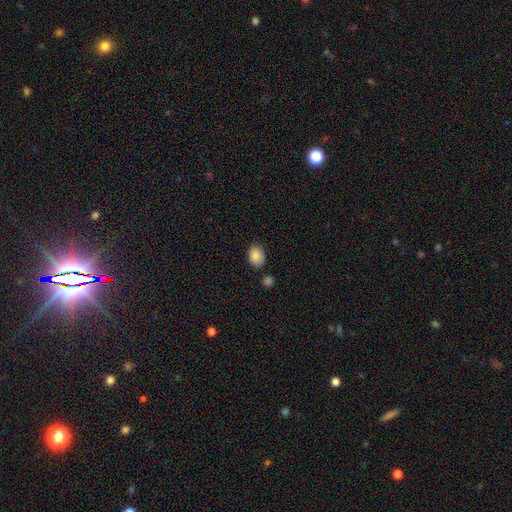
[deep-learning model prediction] Overall: smooth (88%). How rounded: in between (73%). Merging: none (77%).